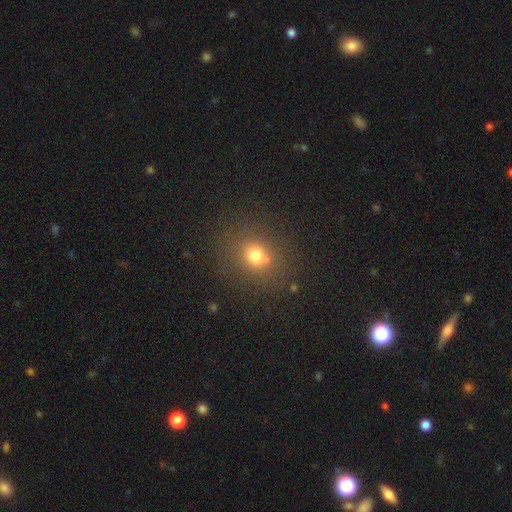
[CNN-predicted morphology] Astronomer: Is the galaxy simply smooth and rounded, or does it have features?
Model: smooth — 72%.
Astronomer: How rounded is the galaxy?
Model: round — 72%.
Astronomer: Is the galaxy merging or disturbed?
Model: none — 76%.